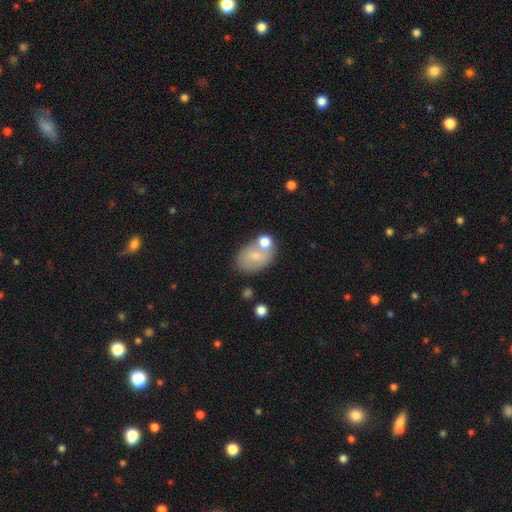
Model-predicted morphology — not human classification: This is likely a smooth galaxy (71%). How rounded: clearly in between (81%). Merging: possibly none (54%).